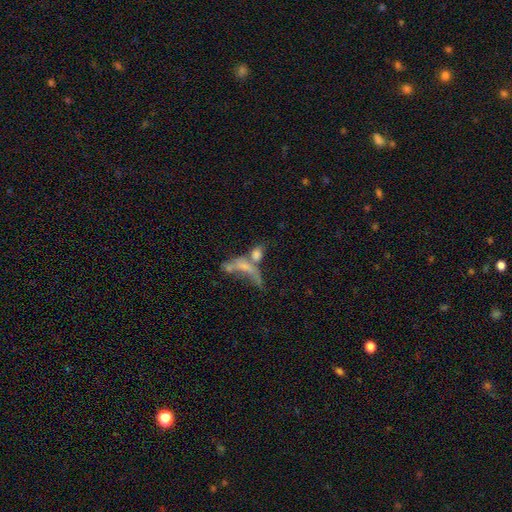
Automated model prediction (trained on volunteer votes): smooth-or-featured: featured or disk: 44% | smooth: 38% | star or artifact: 18%
  merging: merger: 52% | major disturbance: 25% | none: 15% | minor disturbance: 8%